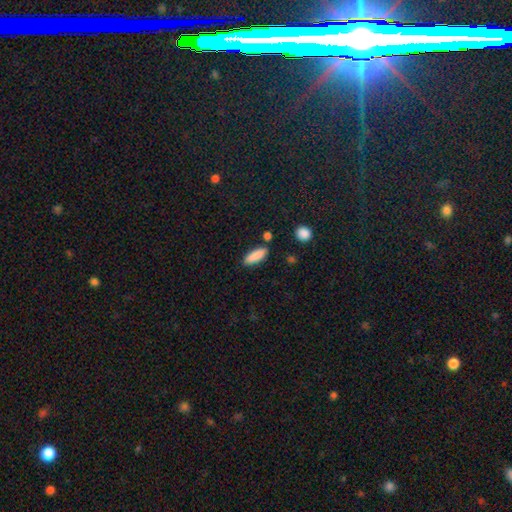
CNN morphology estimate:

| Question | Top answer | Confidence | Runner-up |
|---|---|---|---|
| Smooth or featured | smooth | 87% | star or artifact (7%) |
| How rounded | in between | 51% | cigar-shaped (47%) |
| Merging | none | 82% | minor disturbance (11%) |